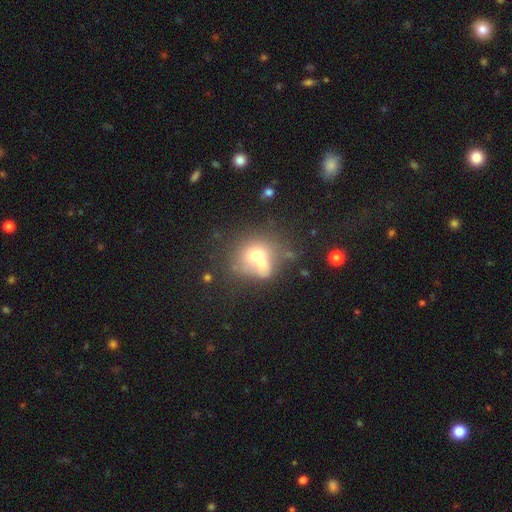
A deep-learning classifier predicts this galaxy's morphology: A smooth galaxy with no disk features (60%) that is round (65%).

Vote fractions:
- Smooth or featured? smooth: 60% / featured or disk: 27% / star or artifact: 13%
- How rounded? round: 65% / in between: 33% / cigar-shaped: 1%
- Merging? merger: 56% / none: 25% / minor disturbance: 10% / major disturbance: 9%